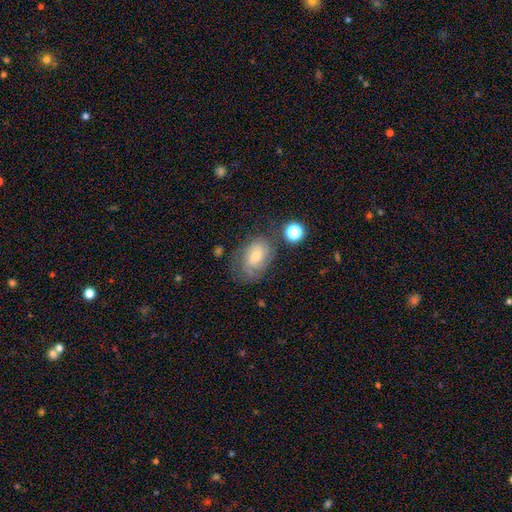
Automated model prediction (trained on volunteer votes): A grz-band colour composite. It shows a featured or disk galaxy (45%). Merging: none (59%).